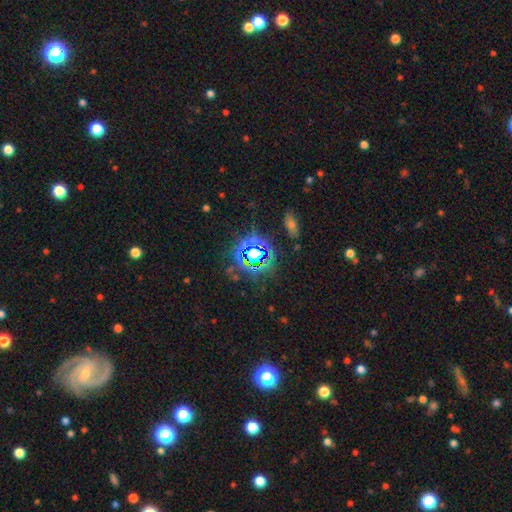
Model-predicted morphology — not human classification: smooth-or-featured: star or artifact: 76% | smooth: 15% | featured or disk: 9%